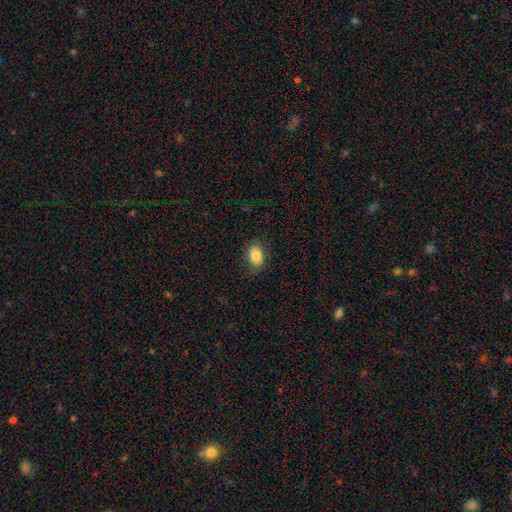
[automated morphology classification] Smooth or featured? smooth (81%)
How rounded? in between (83%)
Merging? none (80%)